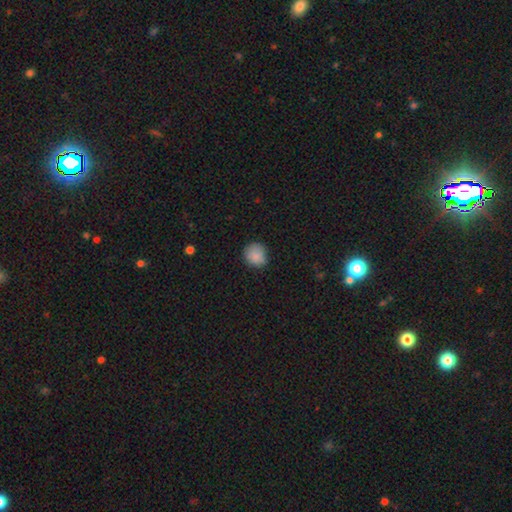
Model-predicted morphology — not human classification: type=smooth (87%); roundness=round (82%); merging=none (78%).